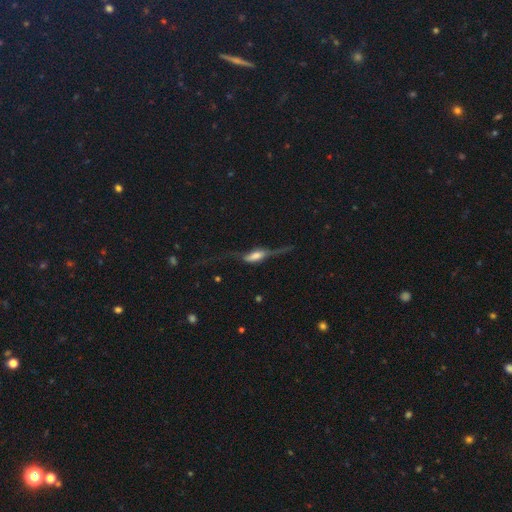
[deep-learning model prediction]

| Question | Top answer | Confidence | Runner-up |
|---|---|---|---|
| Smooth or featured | featured or disk | 60% | smooth (31%) |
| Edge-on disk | yes | 76% | no (24%) |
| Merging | major disturbance | 41% | none (34%) |